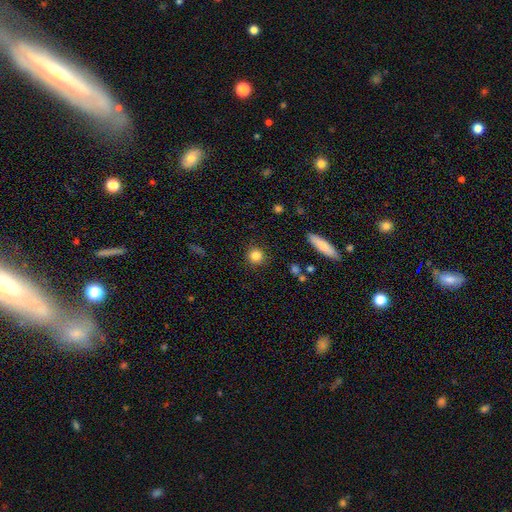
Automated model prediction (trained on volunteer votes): Smooth or featured?
  - smooth: 84% *
  - star or artifact: 10%
  - featured or disk: 5%
How rounded?
  - round: 92% *
  - in between: 6%
  - cigar-shaped: 1%
Merging?
  - none: 89% *
  - minor disturbance: 7%
  - major disturbance: 2%
  - merger: 1%